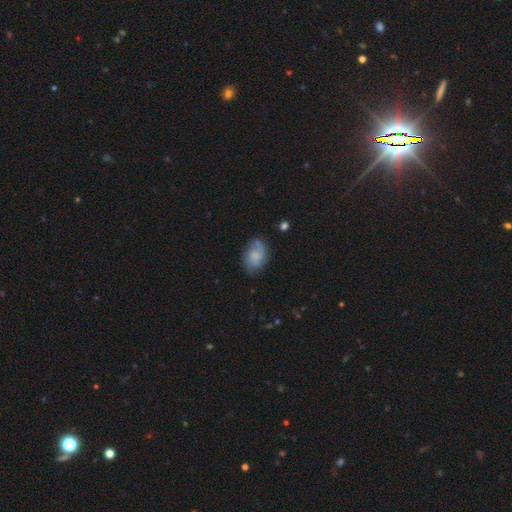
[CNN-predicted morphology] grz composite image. It shows a smooth galaxy with no disk features (51%) that is in between round and cigar-shaped (81%). Merging: none (64%).